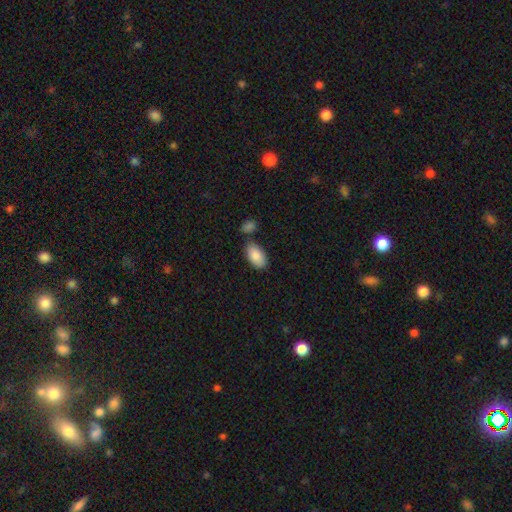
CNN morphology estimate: smooth 88%, star or artifact 6%, featured or disk 6%. Down the decision tree: how rounded — in between (95%); merging — none (70%).